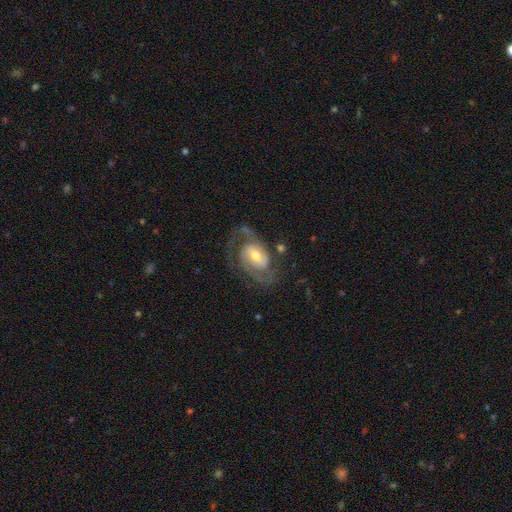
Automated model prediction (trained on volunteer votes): Smooth or featured: featured or disk — 87% (smooth — 8%)
Edge-on disk: no — 97% (yes — 3%)
Bar: no — 46% (weak — 40%)
Spiral arms: yes — 96% (no — 4%)
Spiral winding: medium — 48% (tight — 38%)
Spiral arm count: 2 — 70% (3 — 12%)
Bulge size: moderate — 65% (small — 26%)
Merging: none — 64% (minor disturbance — 18%)